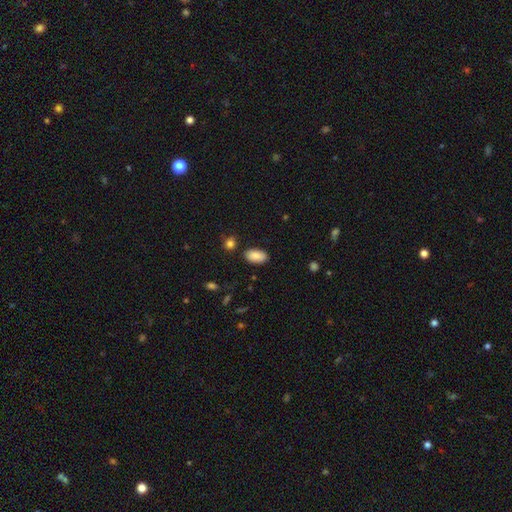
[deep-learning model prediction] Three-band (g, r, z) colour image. It shows a smooth galaxy with no disk features (88%) that is in between round and cigar-shaped (94%). Merging: none (84%).